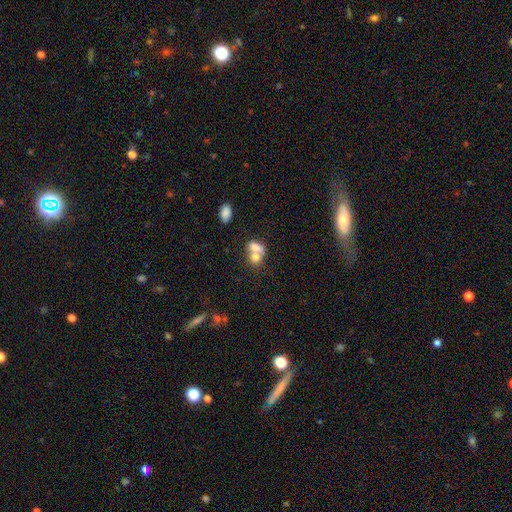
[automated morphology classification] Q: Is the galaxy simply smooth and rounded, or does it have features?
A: smooth — 69%.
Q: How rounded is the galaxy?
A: in between — 59%.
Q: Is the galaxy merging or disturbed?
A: merger — 64%.